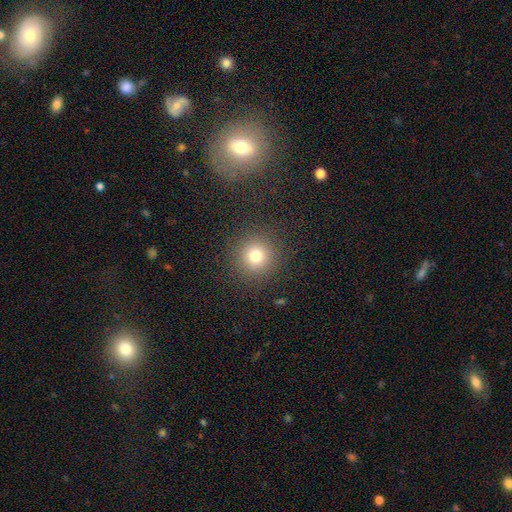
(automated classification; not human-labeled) smooth 75%, star or artifact 16%, featured or disk 9%. Down the decision tree: how rounded — round (94%); merging — none (89%).